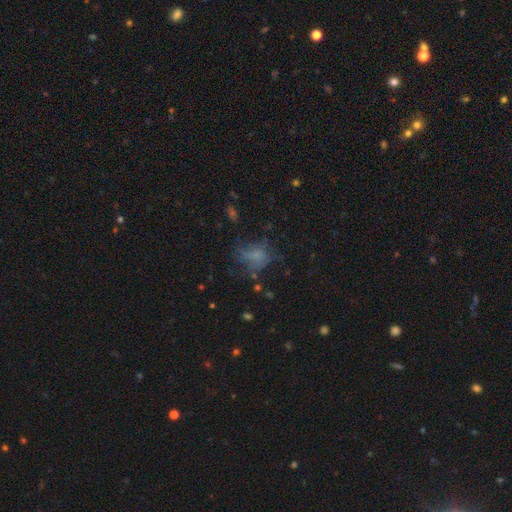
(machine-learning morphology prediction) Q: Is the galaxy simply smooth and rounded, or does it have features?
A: smooth — 54%.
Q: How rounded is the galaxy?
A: in between — 52%.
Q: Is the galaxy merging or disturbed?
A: none — 46%.